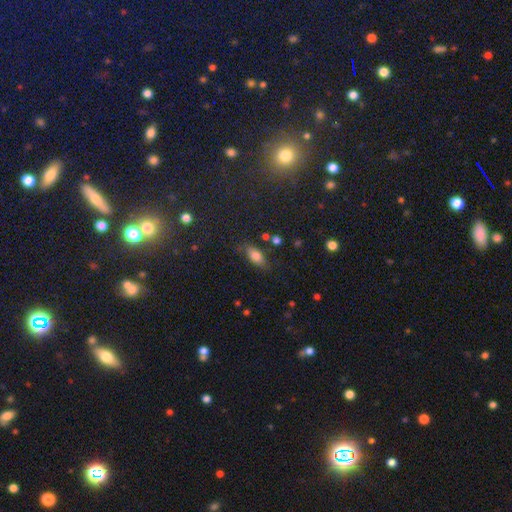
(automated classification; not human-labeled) Smooth or featured?
  - smooth: 76% *
  - featured or disk: 13%
  - star or artifact: 11%
How rounded?
  - in between: 83% *
  - cigar-shaped: 12%
  - round: 5%
Merging?
  - none: 69% *
  - minor disturbance: 21%
  - major disturbance: 6%
  - merger: 4%